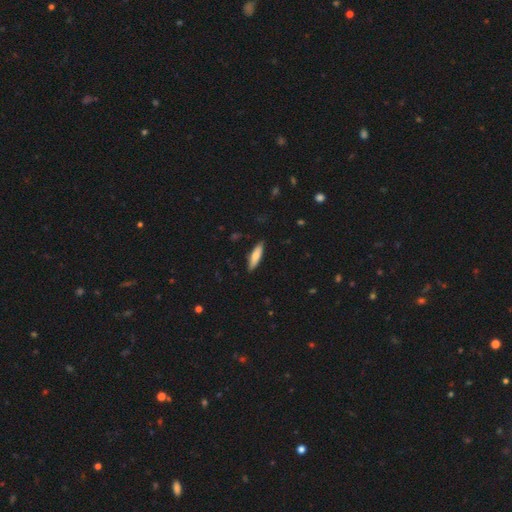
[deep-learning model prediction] smooth_or_featured: smooth (p=0.75) [alt: featured or disk p=0.19]
how_rounded: cigar-shaped (p=0.65) [alt: in between p=0.33]
merging: none (p=0.87) [alt: minor disturbance p=0.10]